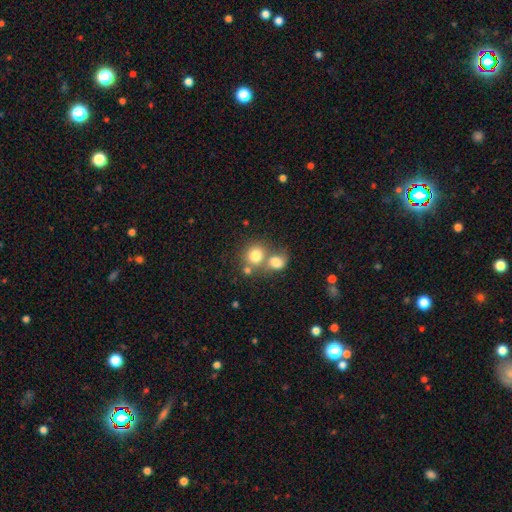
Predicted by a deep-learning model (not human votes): Q: Smooth or featured?
A: smooth (78%); runner-up: featured or disk (12%)
Q: How rounded?
A: round (78%); runner-up: in between (22%)
Q: Merging?
A: merger (47%); runner-up: none (41%)